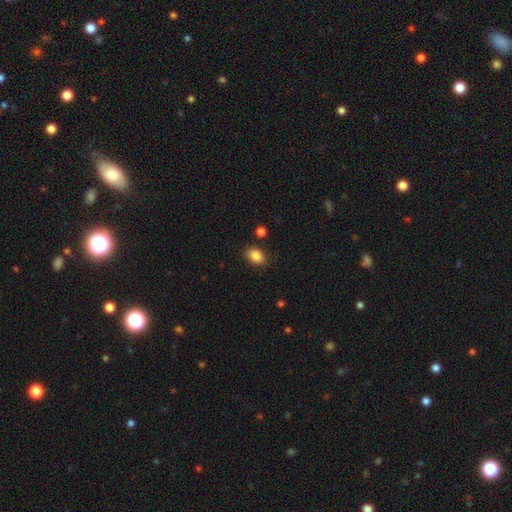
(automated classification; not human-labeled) A smooth galaxy with no disk features (87%) that is in between round and cigar-shaped (77%).

Vote fractions:
- Smooth or featured? smooth: 87% / star or artifact: 9% / featured or disk: 4%
- How rounded? in between: 77% / round: 21% / cigar-shaped: 1%
- Merging? none: 83% / minor disturbance: 11% / major disturbance: 3% / merger: 3%